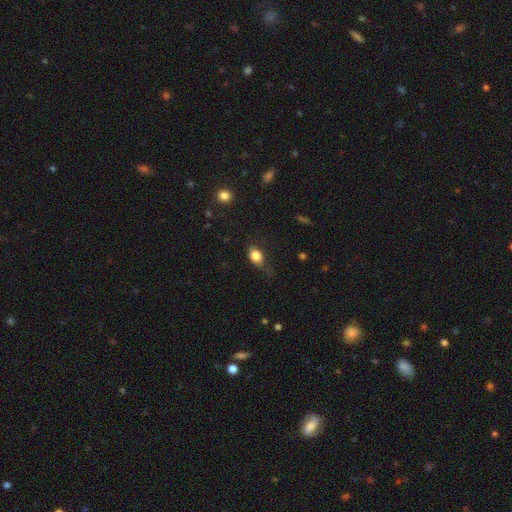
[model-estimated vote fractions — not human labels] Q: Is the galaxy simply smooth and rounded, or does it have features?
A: smooth — 81%.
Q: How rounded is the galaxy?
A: in between — 77%.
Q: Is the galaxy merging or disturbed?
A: none — 57%.